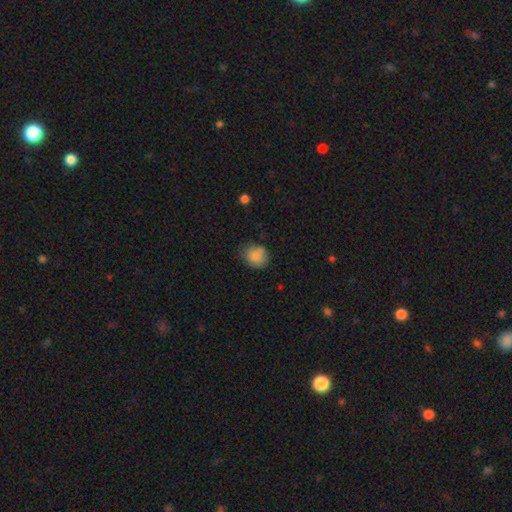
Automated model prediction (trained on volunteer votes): Smooth or featured?
  - smooth: 82% *
  - featured or disk: 9%
  - star or artifact: 9%
How rounded?
  - round: 64% *
  - in between: 35%
  - cigar-shaped: 1%
Merging?
  - none: 65% *
  - minor disturbance: 24%
  - major disturbance: 6%
  - merger: 5%